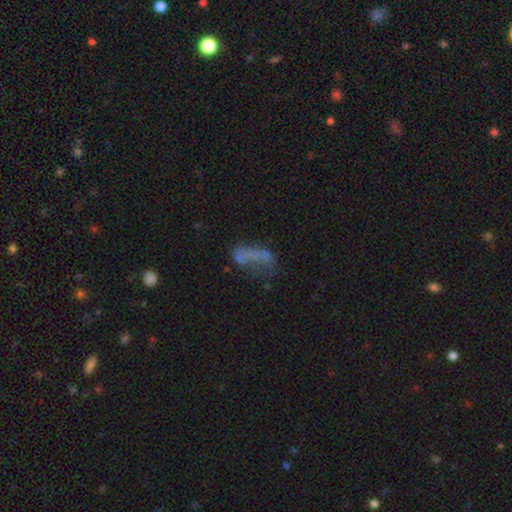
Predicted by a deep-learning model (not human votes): Smooth or featured?
  - smooth: 46% *
  - featured or disk: 35%
  - star or artifact: 19%
Merging?
  - major disturbance: 34% *
  - none: 30%
  - merger: 18%
  - minor disturbance: 17%